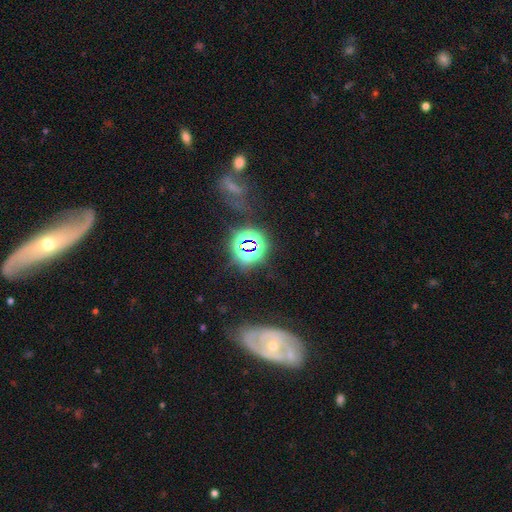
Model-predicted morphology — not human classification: A featured or disk galaxy (40%).

Vote fractions:
- Smooth or featured? featured or disk: 40% / star or artifact: 37% / smooth: 23%
- Merging? none: 66% / minor disturbance: 16% / major disturbance: 9% / merger: 9%